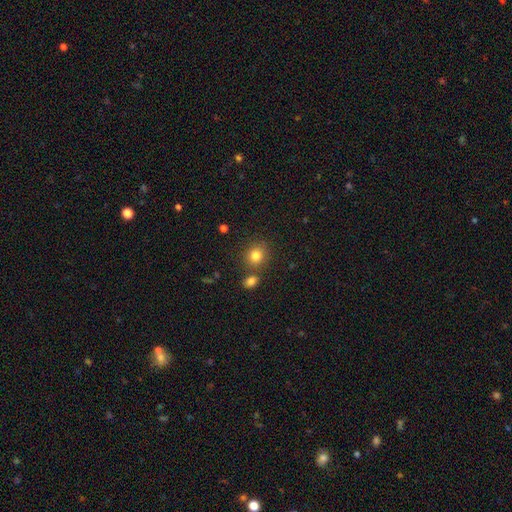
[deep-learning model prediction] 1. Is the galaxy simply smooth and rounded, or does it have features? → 81% smooth, 12% star or artifact, 7% featured or disk.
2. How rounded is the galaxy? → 81% round, 18% in between, 1% cigar-shaped.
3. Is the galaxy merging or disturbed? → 74% none, 13% merger, 10% minor disturbance, 3% major disturbance.